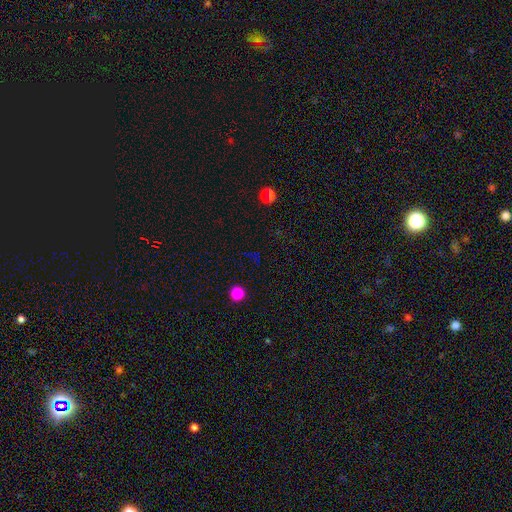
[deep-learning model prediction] Smooth or featured? star or artifact (55%)